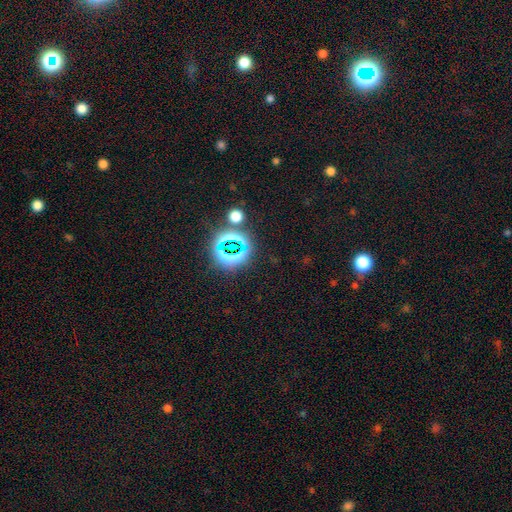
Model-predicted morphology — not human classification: This is likely a star or artifact rather than a galaxy (78%).